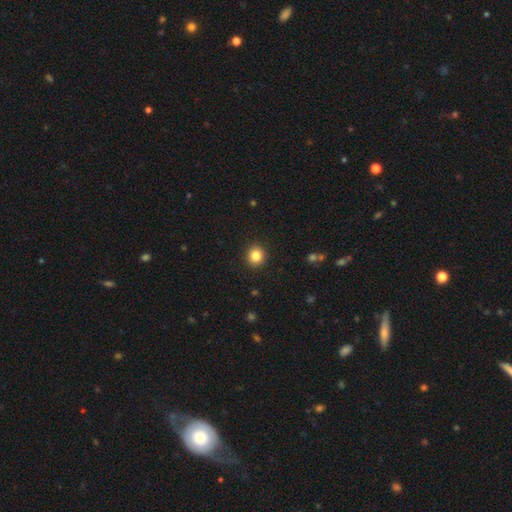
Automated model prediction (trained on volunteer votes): A smooth galaxy with no disk features (84%) that is round (88%).

Vote fractions:
- Smooth or featured? smooth: 84% / star or artifact: 10% / featured or disk: 6%
- How rounded? round: 88% / in between: 11% / cigar-shaped: 1%
- Merging? none: 92% / minor disturbance: 5% / major disturbance: 2% / merger: 1%